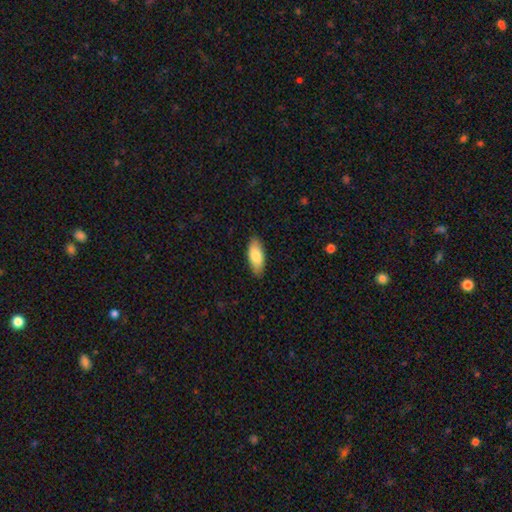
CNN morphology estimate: Q: Smooth or featured?
A: smooth (81%); runner-up: featured or disk (14%)
Q: How rounded?
A: in between (82%); runner-up: cigar-shaped (16%)
Q: Merging?
A: none (87%); runner-up: minor disturbance (10%)